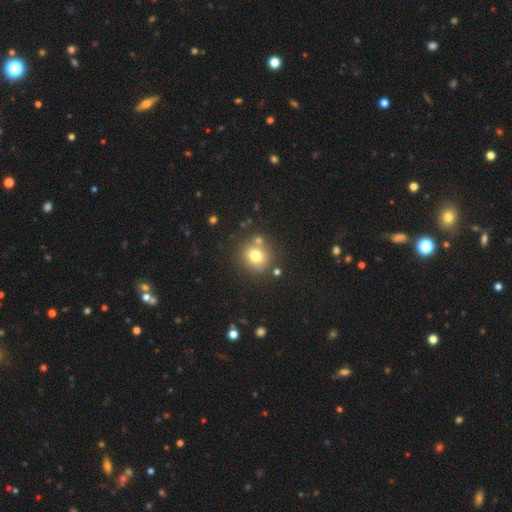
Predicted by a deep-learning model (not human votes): Smooth or featured? smooth (75%)
How rounded? round (84%)
Merging? none (75%)